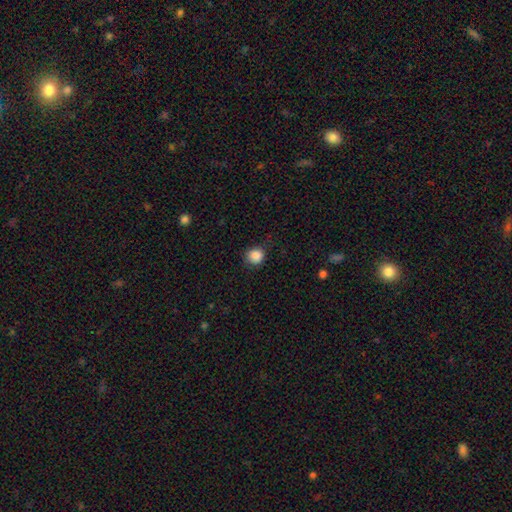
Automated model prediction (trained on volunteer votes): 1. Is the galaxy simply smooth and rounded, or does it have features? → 87% smooth, 10% star or artifact, 3% featured or disk.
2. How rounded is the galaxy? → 82% round, 17% in between, 1% cigar-shaped.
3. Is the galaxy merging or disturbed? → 76% none, 18% minor disturbance, 4% major disturbance, 1% merger.